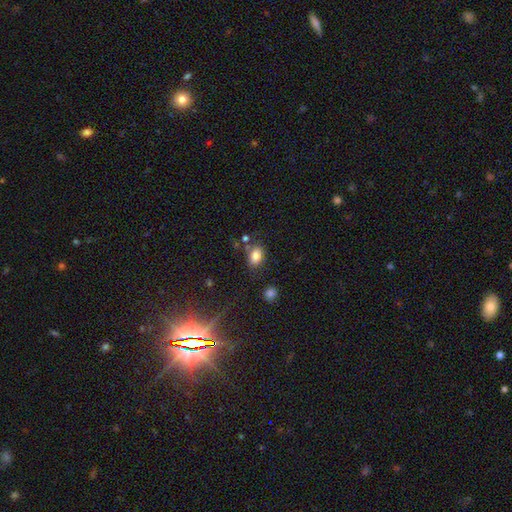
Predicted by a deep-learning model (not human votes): Smooth or featured? smooth (82%)
How rounded? in between (80%)
Merging? none (72%)